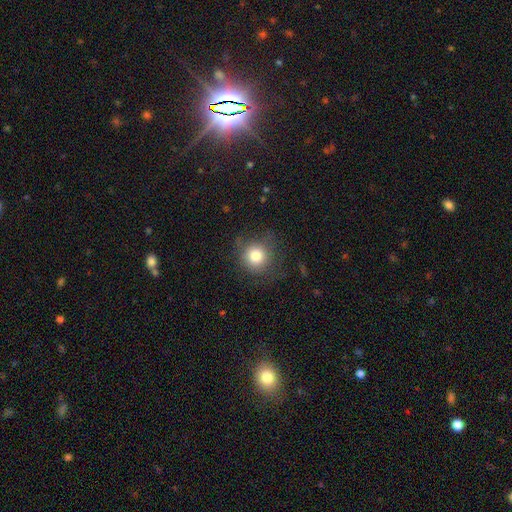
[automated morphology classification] Smooth or featured?
  - smooth: 81% *
  - star or artifact: 11%
  - featured or disk: 8%
How rounded?
  - round: 92% *
  - in between: 7%
  - cigar-shaped: 1%
Merging?
  - none: 77% *
  - minor disturbance: 15%
  - major disturbance: 6%
  - merger: 1%